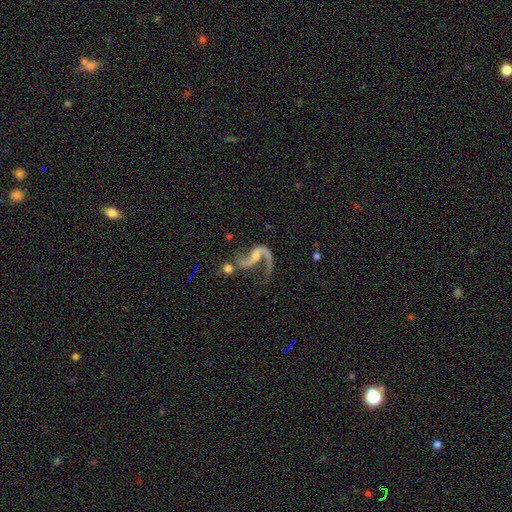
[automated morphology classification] This appears to be a featured or disk galaxy (89%) with no bar (43%), 2 (84%) loose (77%) spiral arms (95%) and a small central bulge (56%). Merging: none (43%).